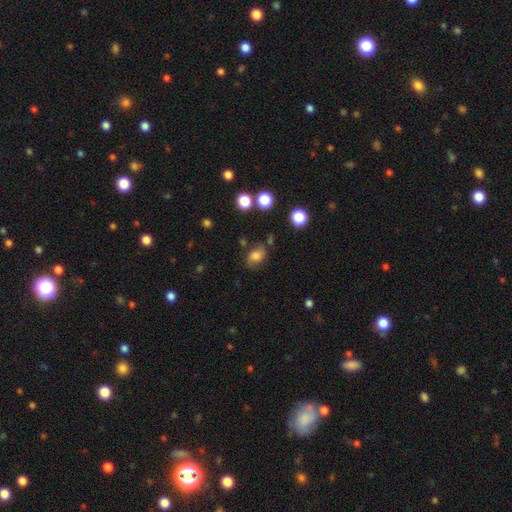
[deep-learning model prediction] The model was most divided on "how rounded": in between: 62%, round: 36%, cigar-shaped: 1%. More confident: smooth or featured — smooth (71%); merging — none (68%).